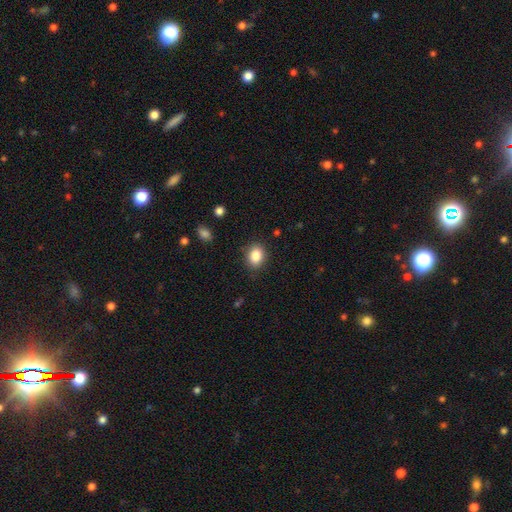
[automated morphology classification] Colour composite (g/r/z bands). It shows a smooth galaxy with no disk features (85%) that is in between round and cigar-shaped (56%). Merging: none (85%).